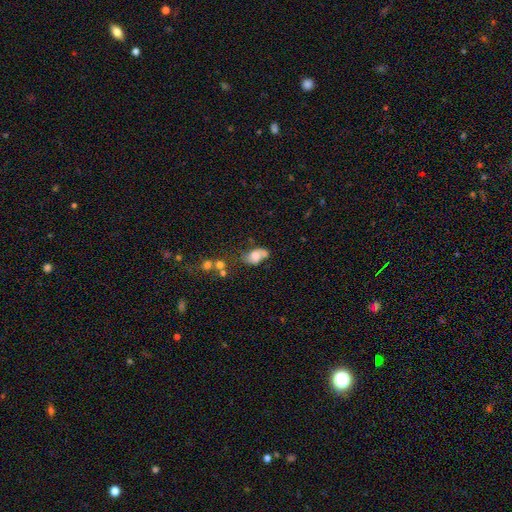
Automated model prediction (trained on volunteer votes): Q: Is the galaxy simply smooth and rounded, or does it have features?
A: smooth — 53%.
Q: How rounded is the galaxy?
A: in between — 86%.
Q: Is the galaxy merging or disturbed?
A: none — 40%.